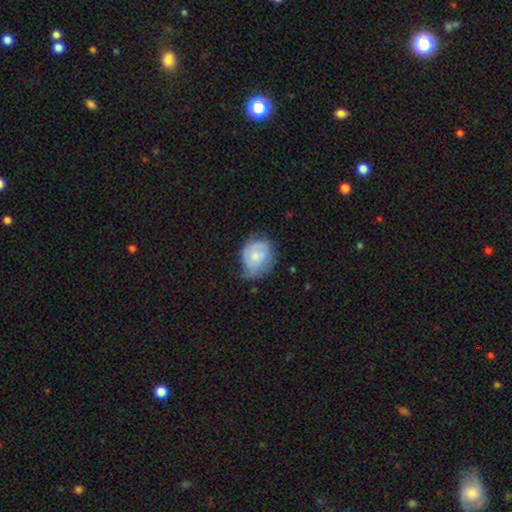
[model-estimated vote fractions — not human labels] Smooth or featured?
  - smooth: 61% *
  - featured or disk: 32%
  - star or artifact: 7%
How rounded?
  - round: 58% *
  - in between: 41%
  - cigar-shaped: 1%
Merging?
  - minor disturbance: 41% *
  - none: 37%
  - major disturbance: 19%
  - merger: 2%